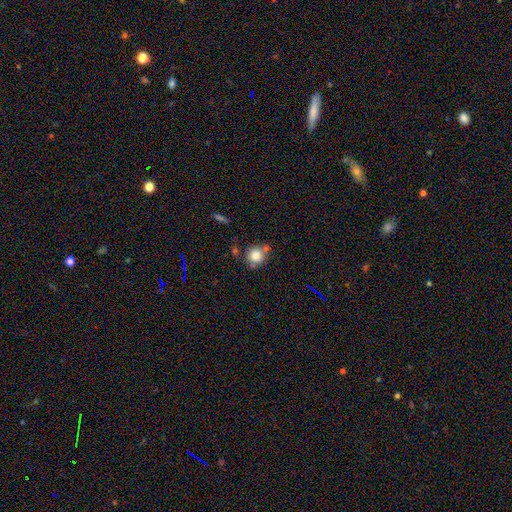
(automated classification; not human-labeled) smooth-or-featured: smooth: 82% | star or artifact: 10% | featured or disk: 8%
  how-rounded: round: 90% | in between: 8% | cigar-shaped: 1%
  merging: none: 63% | merger: 17% | minor disturbance: 15% | major disturbance: 5%